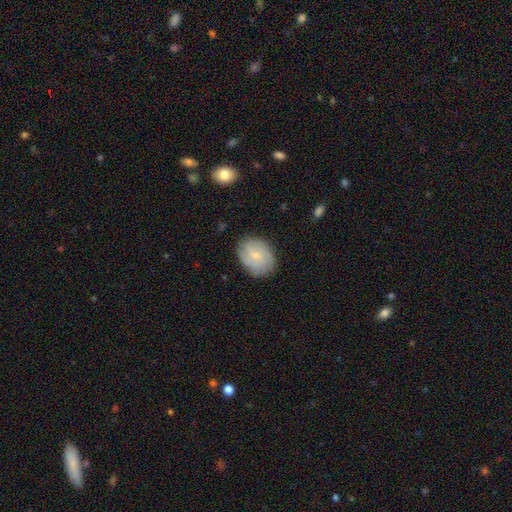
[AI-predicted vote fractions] smooth_or_featured: smooth (p=0.50) [alt: featured or disk p=0.42]
how_rounded: in between (p=0.60) [alt: round p=0.39]
merging: none (p=0.80) [alt: minor disturbance p=0.15]